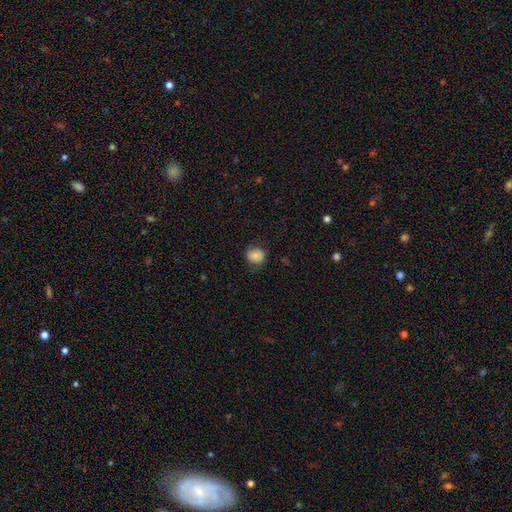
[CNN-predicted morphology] Smooth or featured? smooth (77%)
How rounded? round (78%)
Merging? none (75%)